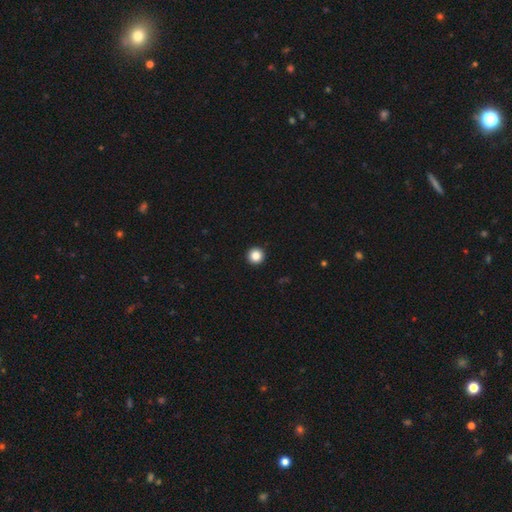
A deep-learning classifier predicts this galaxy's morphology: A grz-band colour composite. It shows a smooth galaxy with no disk features (85%) that is round (97%). Merging: none (94%).